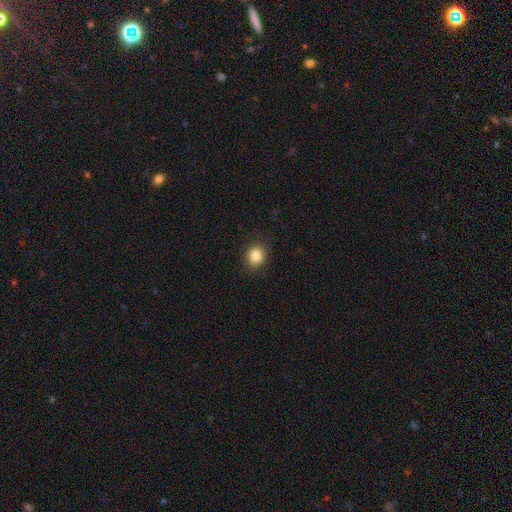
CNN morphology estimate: smooth 85%, star or artifact 10%, featured or disk 5%. Down the decision tree: how rounded — round (66%); merging — none (87%).